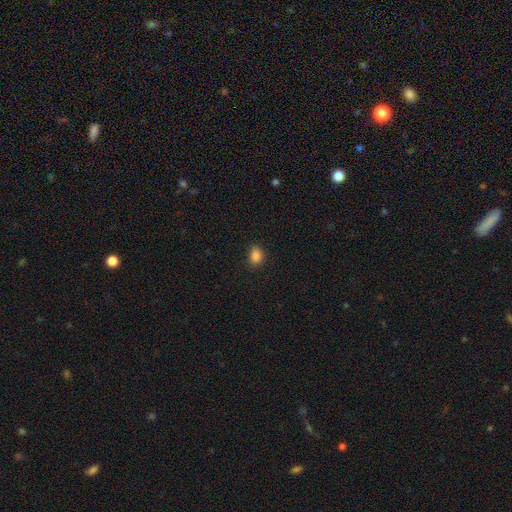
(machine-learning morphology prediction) This appears to be a smooth galaxy with no disk features (86%) that is in between round and cigar-shaped (61%). Merging: none (83%).